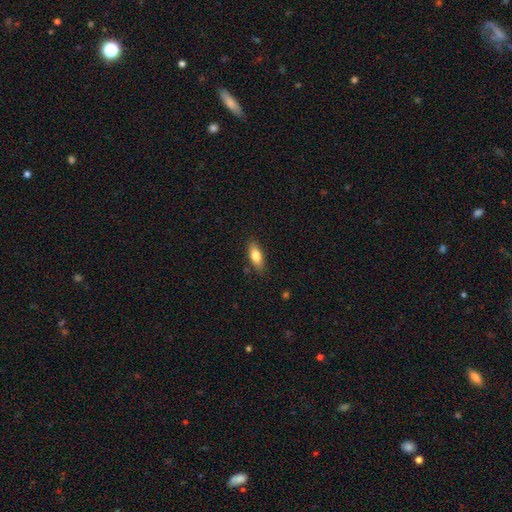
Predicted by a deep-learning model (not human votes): Smooth or featured: smooth — 76% (featured or disk — 18%)
How rounded: in between — 75% (cigar-shaped — 22%)
Merging: none — 83% (minor disturbance — 13%)